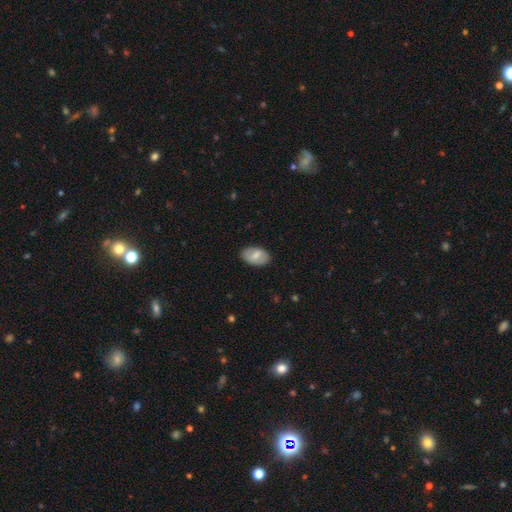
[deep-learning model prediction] A smooth galaxy with no disk features (66%) that is in between round and cigar-shaped (92%).

Vote fractions:
- Smooth or featured? smooth: 66% / featured or disk: 28% / star or artifact: 6%
- How rounded? in between: 92% / round: 6% / cigar-shaped: 2%
- Merging? none: 85% / minor disturbance: 11% / major disturbance: 3% / merger: 1%